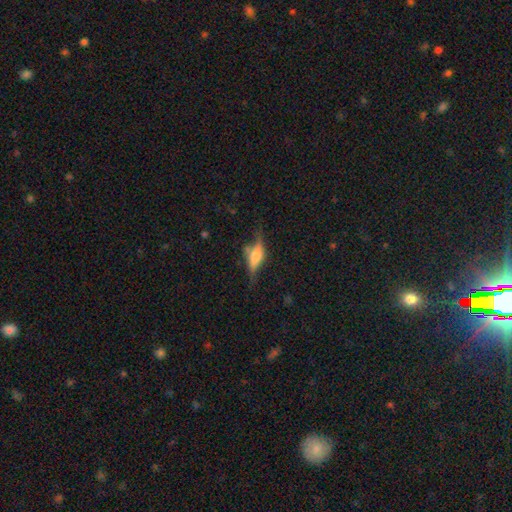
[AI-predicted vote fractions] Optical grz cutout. It shows a featured or disk galaxy (56%) viewed edge-on (87%). Merging: none (58%).